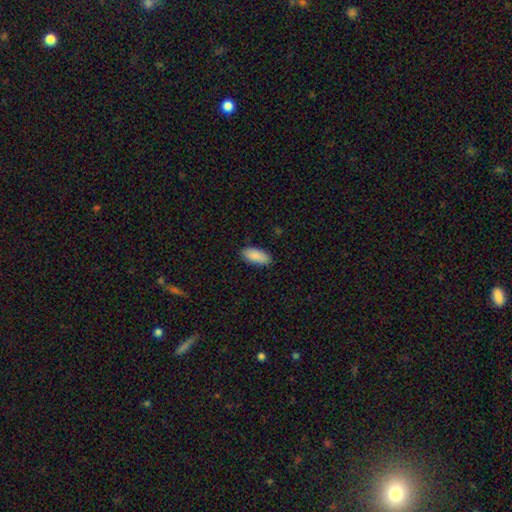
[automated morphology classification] Smooth or featured? smooth (89%)
How rounded? in between (88%)
Merging? none (87%)